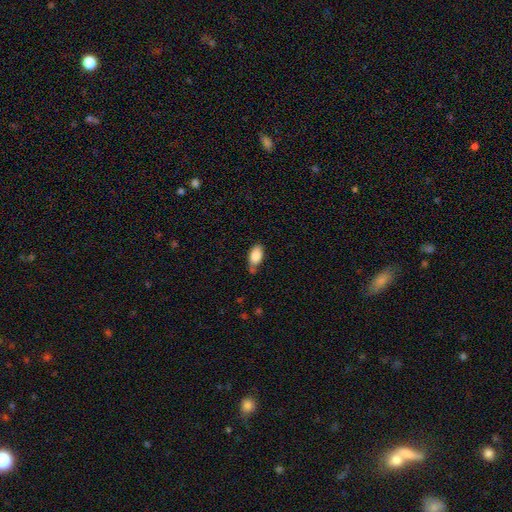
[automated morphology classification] The model was most divided on "merging": none: 61%, minor disturbance: 24%, merger: 10%, major disturbance: 5%. More confident: how rounded — in between (92%); smooth or featured — smooth (85%).